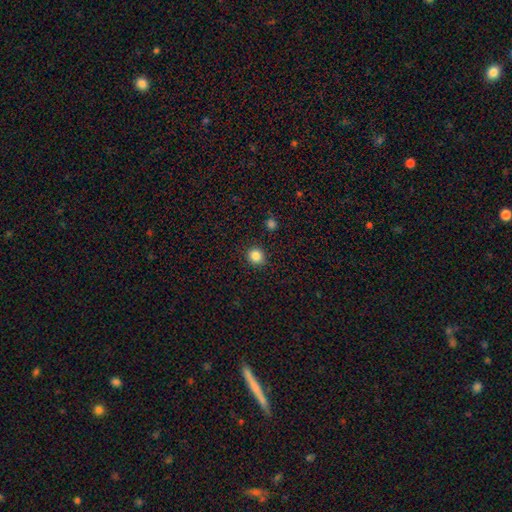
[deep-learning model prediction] Q: Smooth or featured?
A: smooth (85%); runner-up: star or artifact (11%)
Q: How rounded?
A: round (88%); runner-up: in between (11%)
Q: Merging?
A: none (89%); runner-up: minor disturbance (7%)